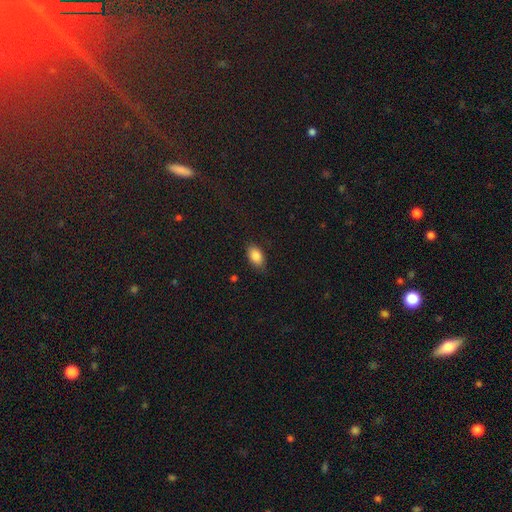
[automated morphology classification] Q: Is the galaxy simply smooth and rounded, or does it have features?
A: smooth — 86%.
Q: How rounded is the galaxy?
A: in between — 90%.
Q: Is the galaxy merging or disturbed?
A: none — 81%.